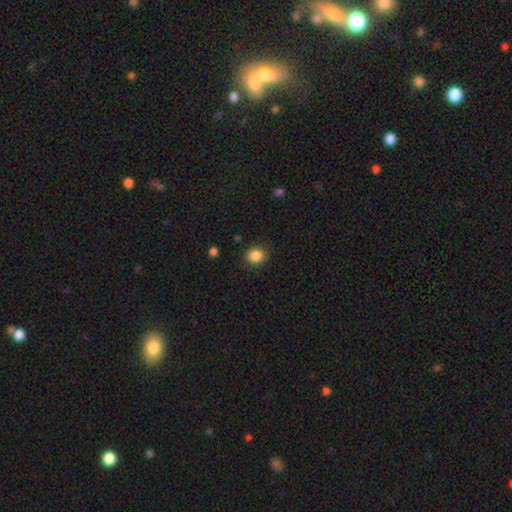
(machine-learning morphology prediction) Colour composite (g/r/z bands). It shows a smooth galaxy with no disk features (86%) that is round (63%). Merging: none (88%).